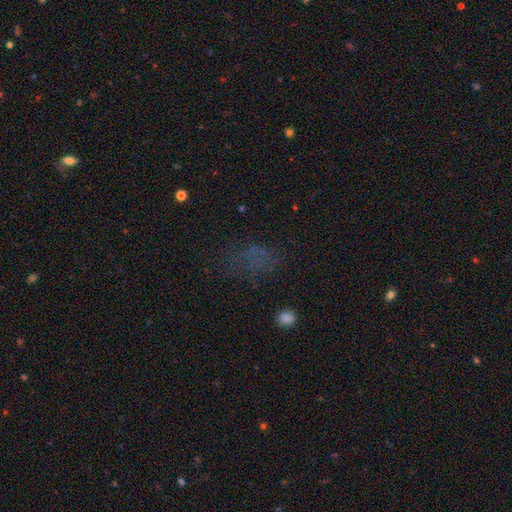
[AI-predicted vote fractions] A smooth galaxy with no disk features (47%). Merging: none (55%).